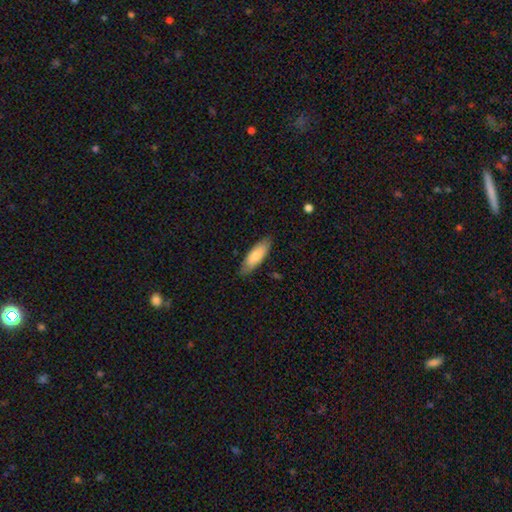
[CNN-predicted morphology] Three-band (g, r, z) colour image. It shows a smooth galaxy with no disk features (79%) that is in between round and cigar-shaped (62%). Merging: none (85%).